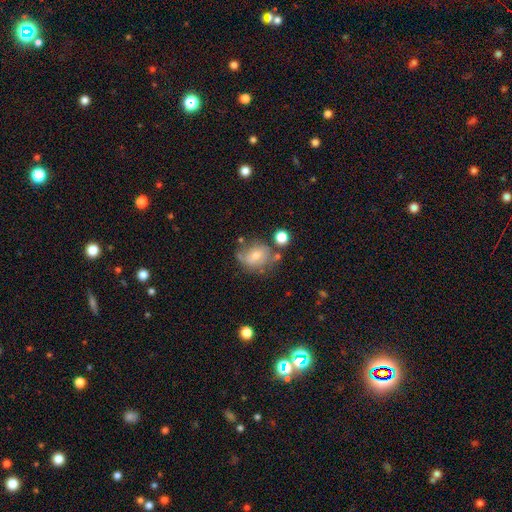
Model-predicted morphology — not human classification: Q: Smooth or featured?
A: smooth (46%); runner-up: featured or disk (43%)
Q: Merging?
A: none (48%); runner-up: minor disturbance (26%)